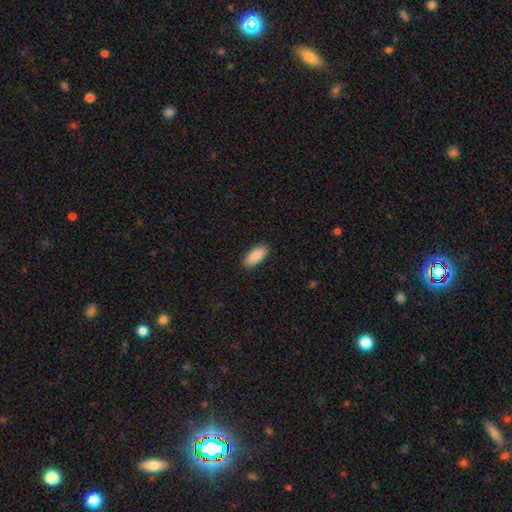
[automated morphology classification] The model was most divided on "how rounded": in between: 88%, cigar-shaped: 10%, round: 2%. More confident: smooth or featured — smooth (90%); merging — none (90%).